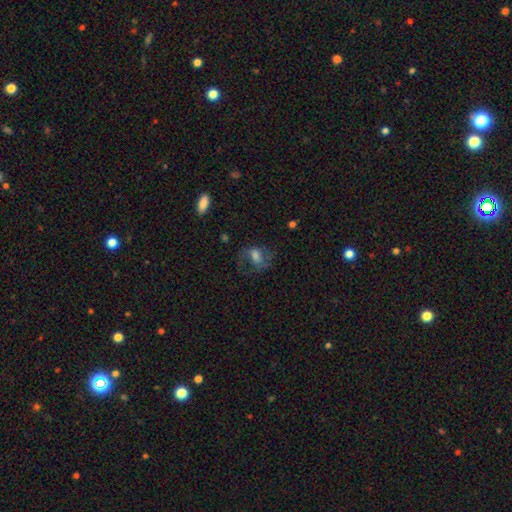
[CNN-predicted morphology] A featured or disk galaxy (45%). Merging: none (50%).